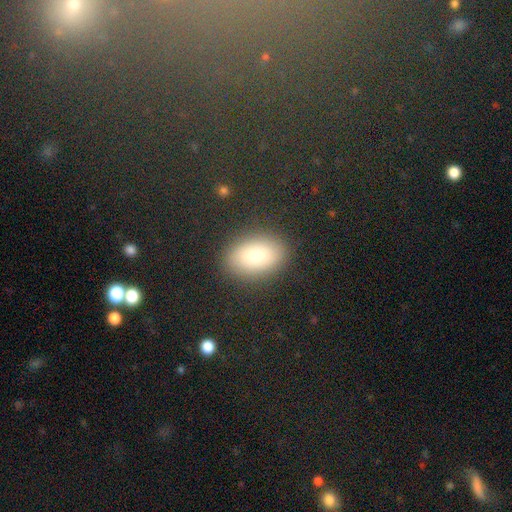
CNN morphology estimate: Smooth or featured? smooth (84%)
How rounded? in between (87%)
Merging? none (86%)